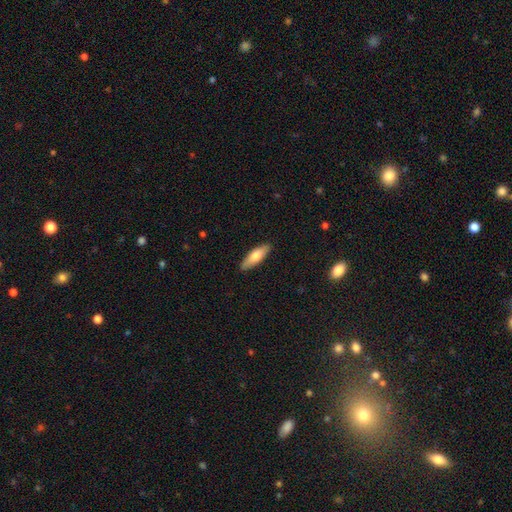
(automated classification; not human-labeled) This is likely a smooth galaxy (71%). How rounded: possibly in between (51%). Merging: clearly none (89%).